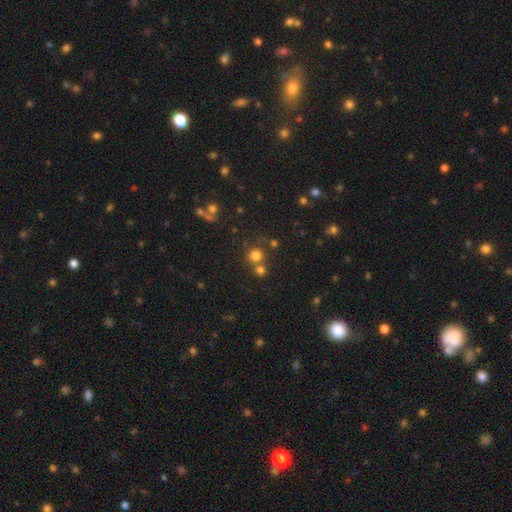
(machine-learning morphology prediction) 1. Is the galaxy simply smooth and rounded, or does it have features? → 74% smooth, 18% star or artifact, 8% featured or disk.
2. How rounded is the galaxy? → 93% round, 7% in between, 1% cigar-shaped.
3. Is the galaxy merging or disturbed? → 63% none, 27% merger, 7% minor disturbance, 3% major disturbance.